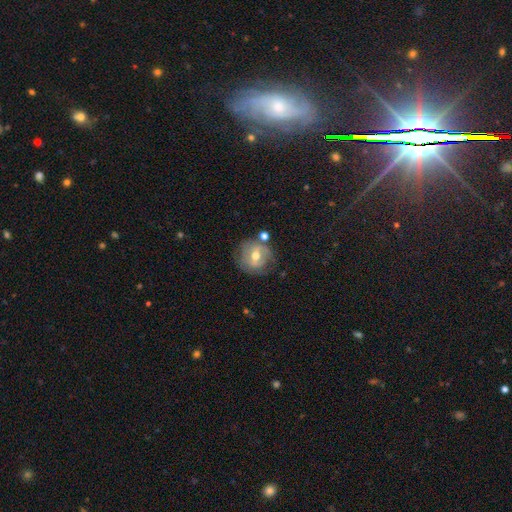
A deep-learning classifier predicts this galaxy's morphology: A featured or disk galaxy (56%) with a weak bar (45%), spiral arms (51%) and a moderate central bulge (75%).

Vote fractions:
- Smooth or featured? featured or disk: 56% / smooth: 36% / star or artifact: 9%
- Edge-on disk? no: 95% / yes: 5%
- Bar? weak: 45% / no: 28% / strong: 27%
- Spiral arms? yes: 51% / no: 49%
- Bulge size? moderate: 75% / small: 17% / large: 6% / none: 1% / dominant: 1%
- Merging? none: 65% / minor disturbance: 19% / major disturbance: 8% / merger: 8%